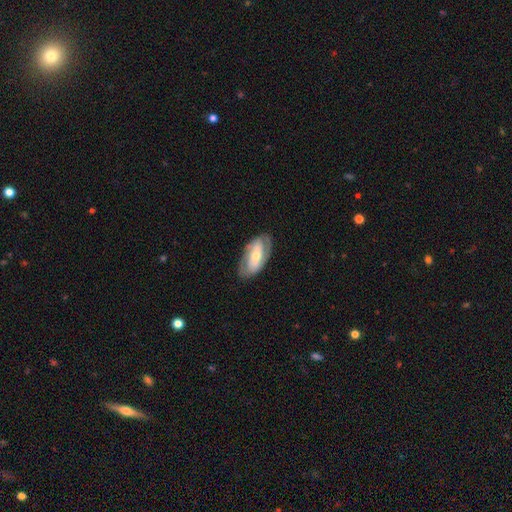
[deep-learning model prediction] A featured or disk galaxy (63%) with no bar (43%), spiral arms (70%) and a moderate central bulge (52%). Merging: none (75%).